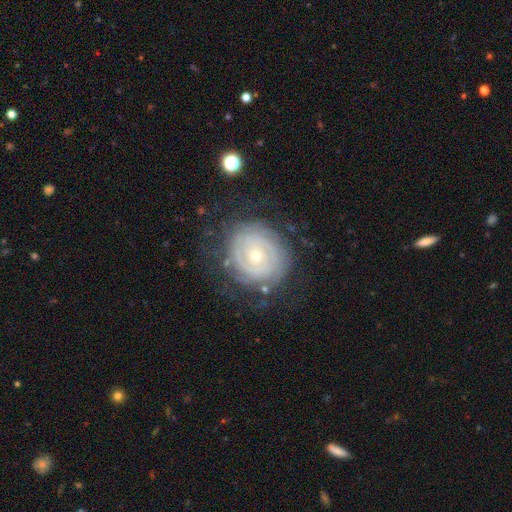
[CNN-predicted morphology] A featured or disk galaxy (82%) with no bar (77%), tight (84%) spiral arms (93%) and a small central bulge (71%).

Vote fractions:
- Smooth or featured? featured or disk: 82% / smooth: 12% / star or artifact: 6%
- Edge-on disk? no: 98% / yes: 2%
- Bar? no: 77% / weak: 18% / strong: 5%
- Spiral arms? yes: 93% / no: 7%
- Spiral winding? tight: 84% / medium: 12% / loose: 3%
- Spiral arm count? can't tell: 37% / 2: 30% / 3: 14% / 4: 9% / more than 4: 6% / 1: 5%
- Bulge size? small: 71% / moderate: 26% / large: 1% / none: 1% / dominant: 1%
- Merging? none: 75% / minor disturbance: 16% / major disturbance: 8% / merger: 1%